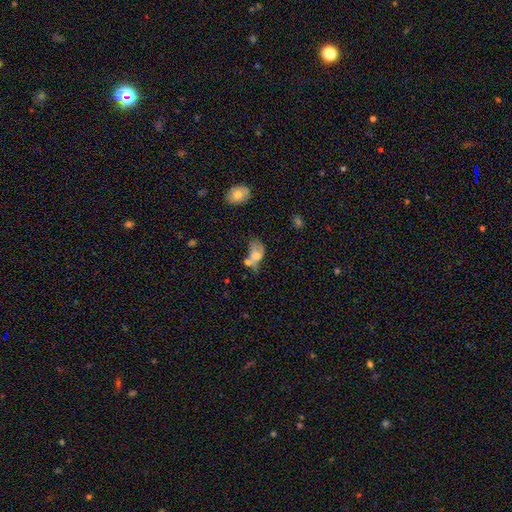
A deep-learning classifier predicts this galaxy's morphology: type=smooth (59%); roundness=in between (83%); merging=merger (40%).